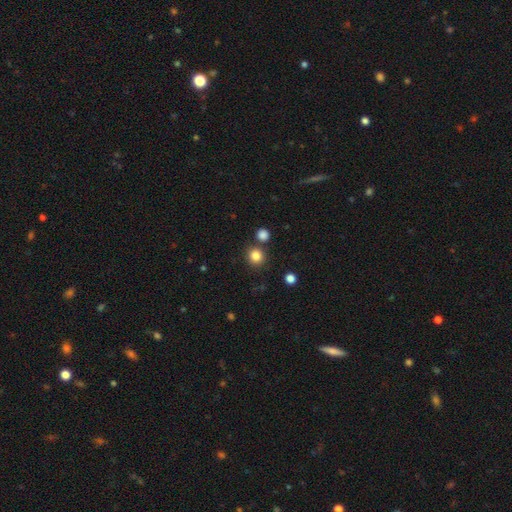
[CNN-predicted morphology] The model was most divided on "smooth or featured": smooth: 83%, star or artifact: 12%, featured or disk: 5%. More confident: how rounded — round (90%); merging — none (81%).